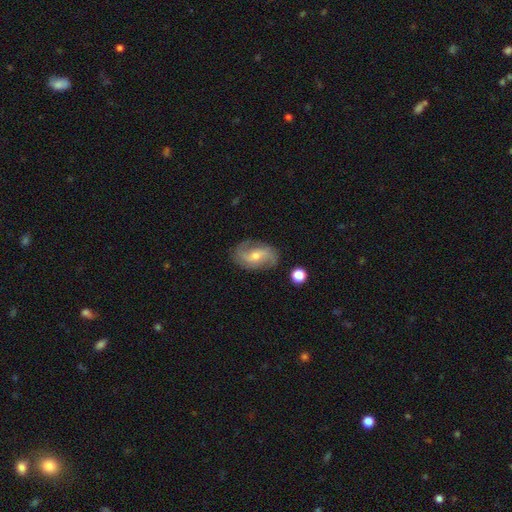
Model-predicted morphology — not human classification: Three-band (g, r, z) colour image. It shows a featured or disk galaxy (75%) with a weak bar (48%), 2 (78%) medium (42%) spiral arms (93%) and a moderate central bulge (52%). Merging: none (78%).